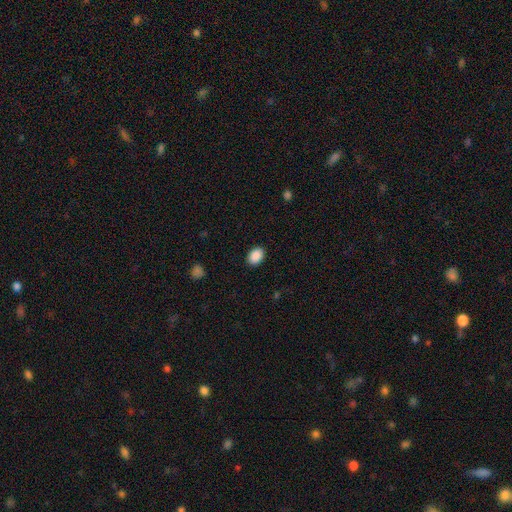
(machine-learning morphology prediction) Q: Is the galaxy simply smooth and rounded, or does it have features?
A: smooth — 90%.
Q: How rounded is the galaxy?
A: in between — 75%.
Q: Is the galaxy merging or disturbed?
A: none — 89%.